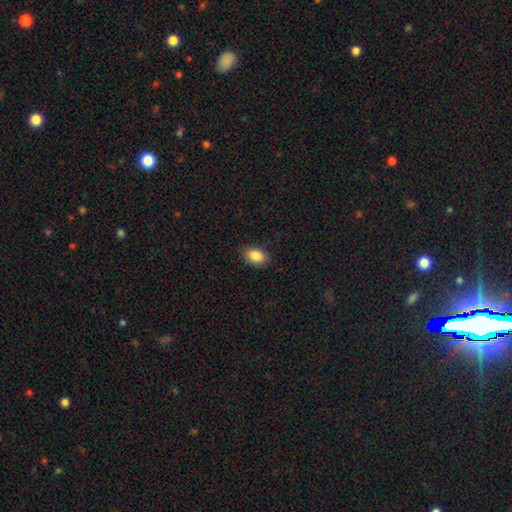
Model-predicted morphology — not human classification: Smooth or featured?
  - smooth: 87% *
  - star or artifact: 8%
  - featured or disk: 6%
How rounded?
  - in between: 86% *
  - round: 13%
  - cigar-shaped: 1%
Merging?
  - none: 86% *
  - minor disturbance: 11%
  - major disturbance: 2%
  - merger: 1%